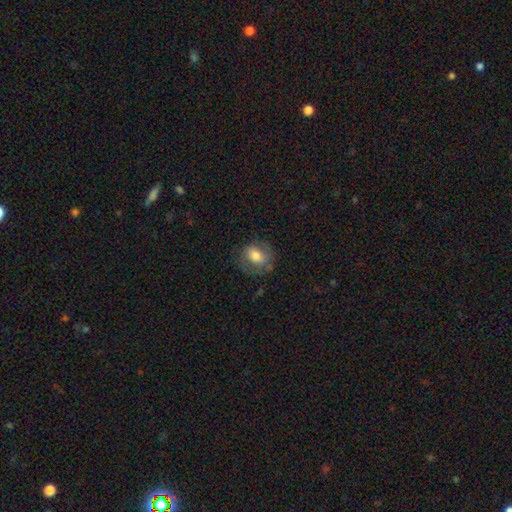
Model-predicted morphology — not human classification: A smooth galaxy with no disk features (65%) that is round (55%). Merging: none (67%).